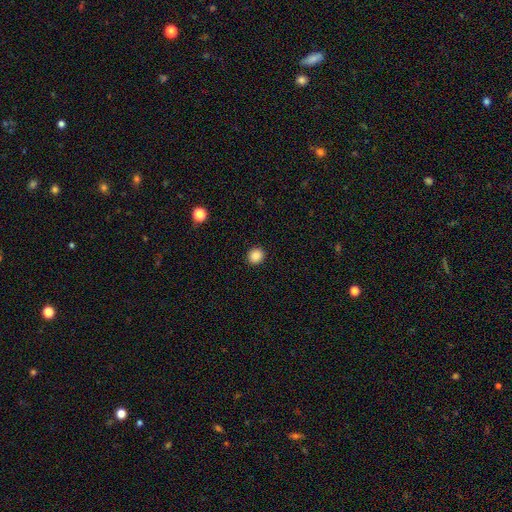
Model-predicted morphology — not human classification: A smooth galaxy with no disk features (87%) that is round (84%). Merging: none (92%).